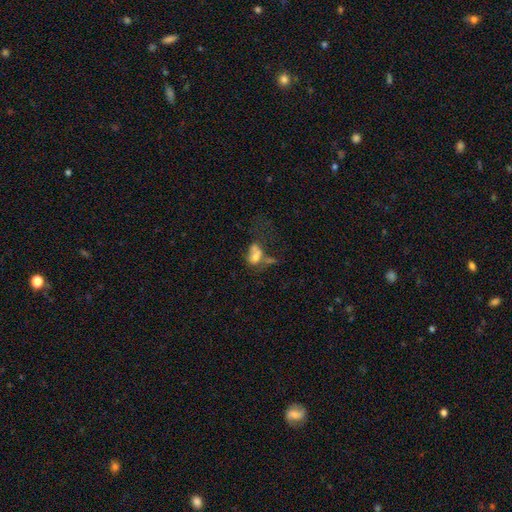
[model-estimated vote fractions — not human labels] A smooth galaxy with no disk features (59%) that is in between round and cigar-shaped (72%). Merging: merger (44%).